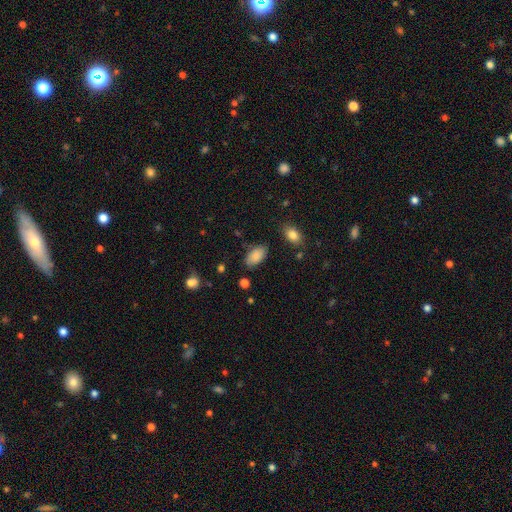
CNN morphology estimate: smooth 85%, star or artifact 7%, featured or disk 7%. Down the decision tree: how rounded — in between (94%); merging — none (78%).